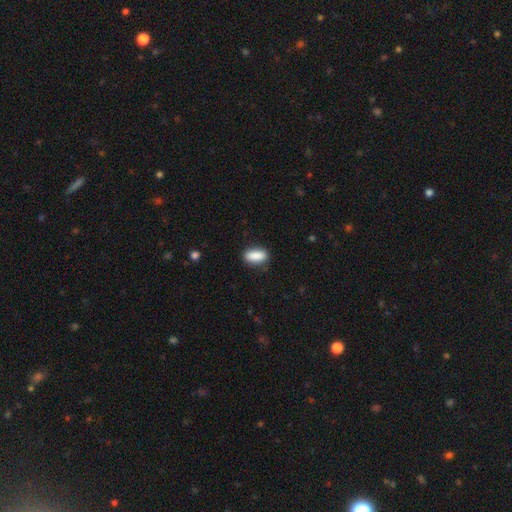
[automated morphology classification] A smooth galaxy with no disk features (88%) that is in between round and cigar-shaped (79%). Merging: none (85%).